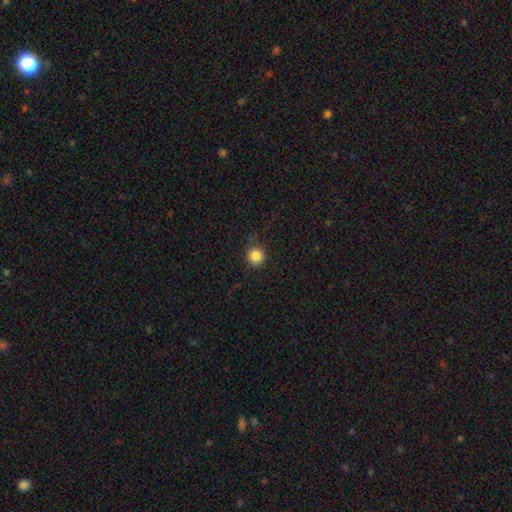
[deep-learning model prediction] A smooth galaxy with no disk features (84%) that is round (95%). Merging: none (87%).